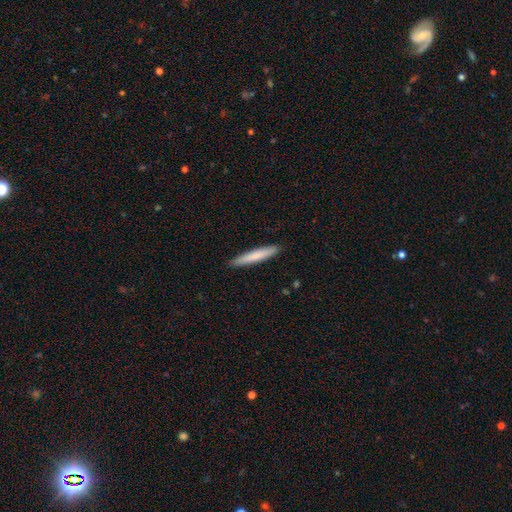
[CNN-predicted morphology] The model was most divided on "smooth or featured": smooth: 75%, featured or disk: 19%, star or artifact: 5%. More confident: how rounded — cigar-shaped (95%); merging — none (90%).